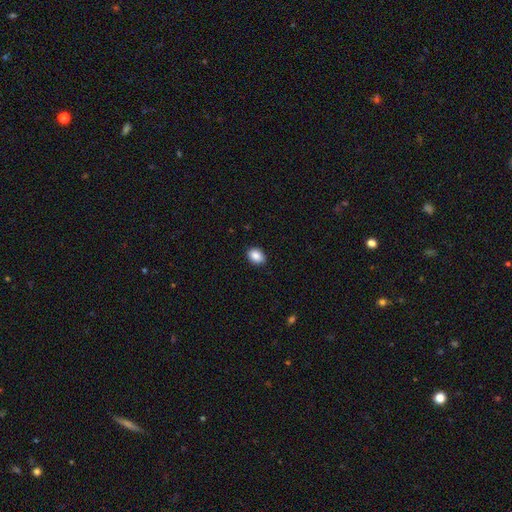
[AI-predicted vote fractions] Smooth or featured? smooth (88%)
How rounded? in between (73%)
Merging? none (88%)